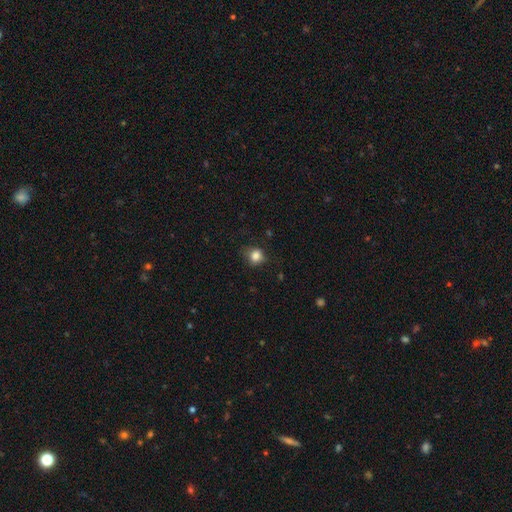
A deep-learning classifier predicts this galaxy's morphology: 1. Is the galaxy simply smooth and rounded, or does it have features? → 84% smooth, 11% star or artifact, 5% featured or disk.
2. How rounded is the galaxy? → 77% round, 22% in between, 1% cigar-shaped.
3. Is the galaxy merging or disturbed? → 71% none, 22% minor disturbance, 6% major disturbance, 1% merger.